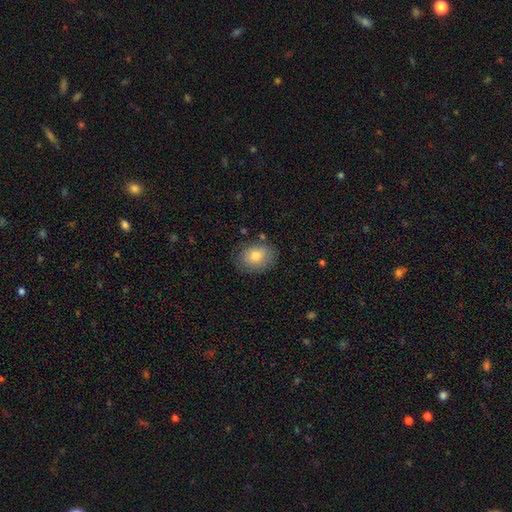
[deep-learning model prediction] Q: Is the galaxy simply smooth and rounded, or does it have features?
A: smooth — 79%.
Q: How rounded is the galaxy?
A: in between — 65%.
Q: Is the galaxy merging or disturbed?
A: none — 80%.